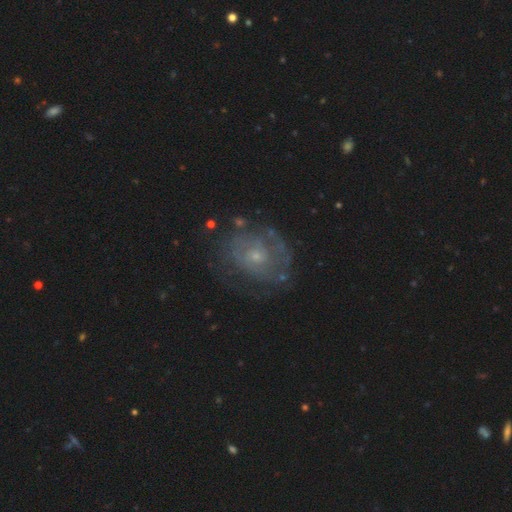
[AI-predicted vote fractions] Smooth or featured: featured or disk — 70% (smooth — 20%)
Edge-on disk: no — 97% (yes — 3%)
Bar: no — 79% (weak — 18%)
Spiral arms: yes — 69% (no — 31%)
Bulge size: small — 68% (moderate — 26%)
Merging: none — 67% (minor disturbance — 19%)